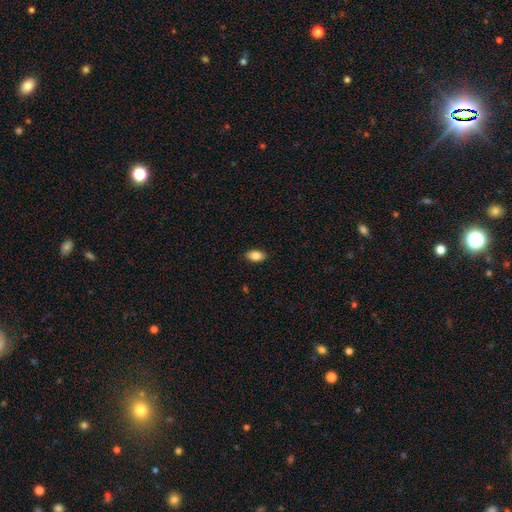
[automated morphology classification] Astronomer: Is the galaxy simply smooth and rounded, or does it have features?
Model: smooth — 84%.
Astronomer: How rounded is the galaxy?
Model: in between — 92%.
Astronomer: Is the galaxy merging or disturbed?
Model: none — 89%.